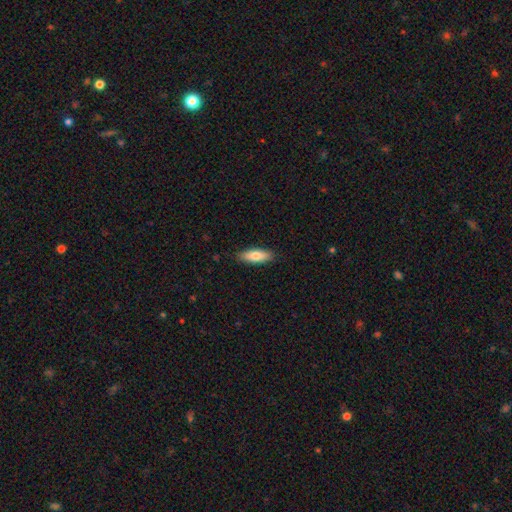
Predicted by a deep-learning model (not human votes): Q: Smooth or featured?
A: smooth (77%); runner-up: featured or disk (17%)
Q: How rounded?
A: in between (64%); runner-up: cigar-shaped (34%)
Q: Merging?
A: none (88%); runner-up: minor disturbance (10%)